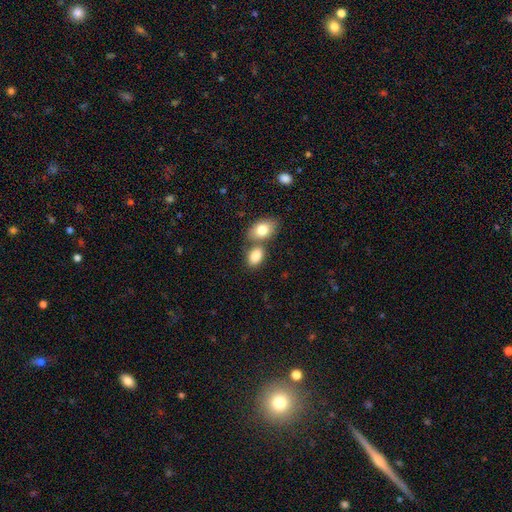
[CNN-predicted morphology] Smooth or featured? Predicted: smooth (p=0.84). How rounded? Predicted: in between (p=0.85). Merging? Predicted: none (p=0.45).